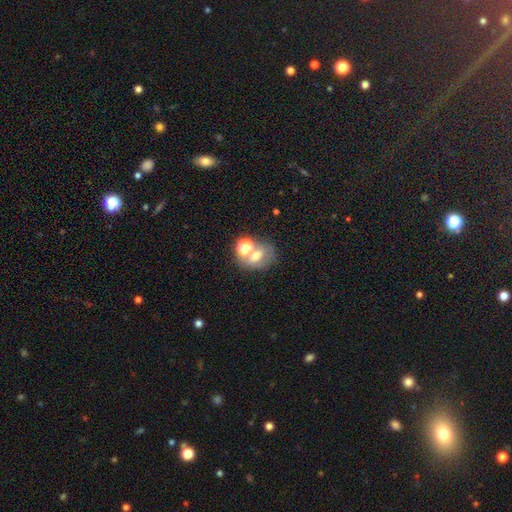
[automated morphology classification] smooth_or_featured: smooth (p=0.55) [alt: featured or disk p=0.25]
how_rounded: in between (p=0.51) [alt: round p=0.48]
merging: none (p=0.42) [alt: merger p=0.37]